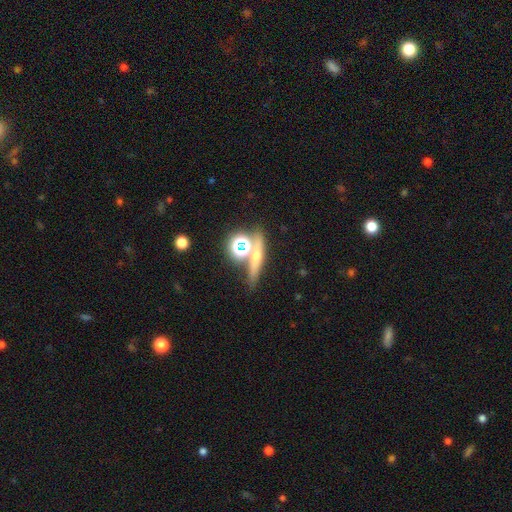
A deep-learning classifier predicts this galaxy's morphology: The model was most divided on "smooth or featured": smooth: 42%, featured or disk: 35%, star or artifact: 23%. More confident: merging — none (66%).